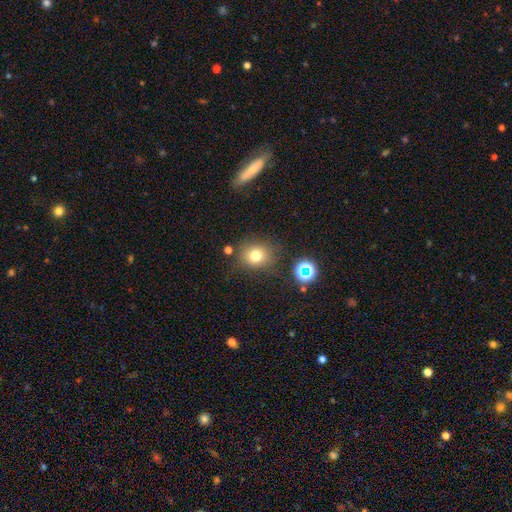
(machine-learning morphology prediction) A smooth galaxy with no disk features (75%) that is round (79%). Merging: none (79%).